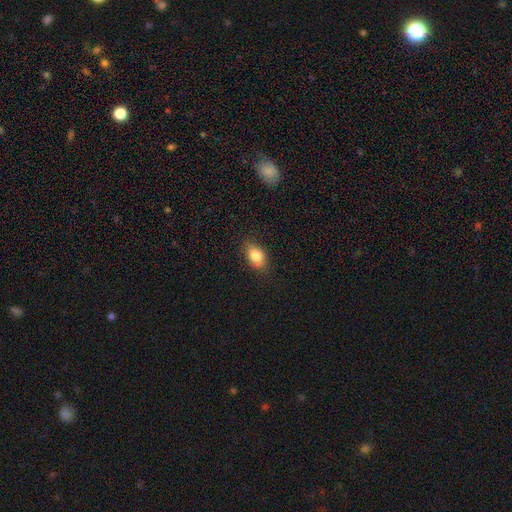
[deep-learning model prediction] A smooth galaxy with no disk features (82%) that is in between round and cigar-shaped (85%).

Vote fractions:
- Smooth or featured? smooth: 82% / featured or disk: 9% / star or artifact: 8%
- How rounded? in between: 85% / round: 13% / cigar-shaped: 3%
- Merging? none: 85% / minor disturbance: 12% / major disturbance: 3% / merger: 1%